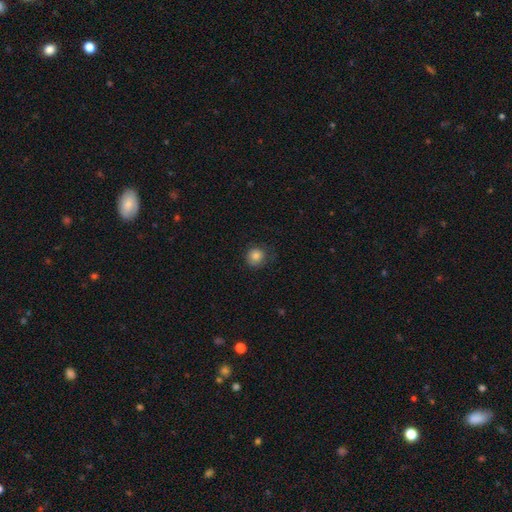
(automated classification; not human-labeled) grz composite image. It shows a smooth galaxy with no disk features (83%) that is round (88%). Merging: none (73%).